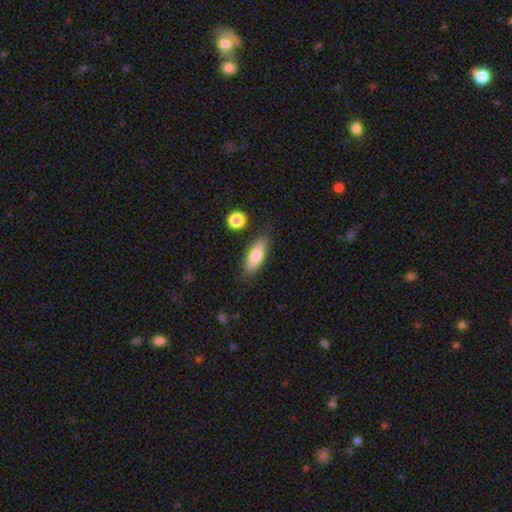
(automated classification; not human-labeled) Q: Smooth or featured?
A: smooth (71%); runner-up: featured or disk (22%)
Q: How rounded?
A: in between (64%); runner-up: cigar-shaped (33%)
Q: Merging?
A: none (82%); runner-up: minor disturbance (12%)